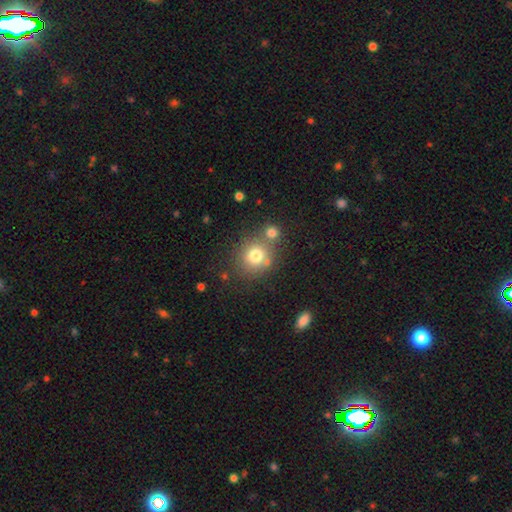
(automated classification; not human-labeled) smooth-or-featured: smooth: 76% | star or artifact: 13% | featured or disk: 12%
  how-rounded: round: 85% | in between: 14% | cigar-shaped: 1%
  merging: none: 62% | merger: 23% | minor disturbance: 11% | major disturbance: 4%